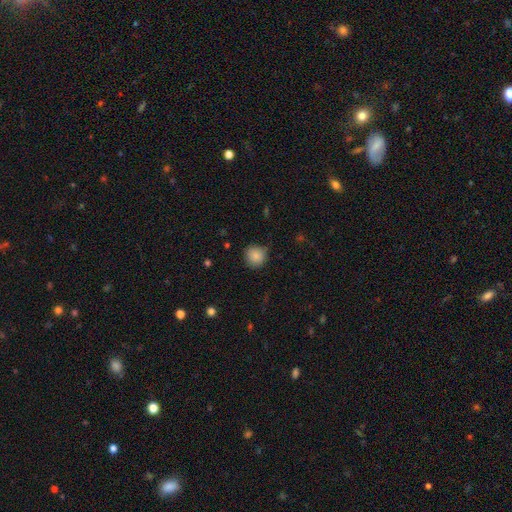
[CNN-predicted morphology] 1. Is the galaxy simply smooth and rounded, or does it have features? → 85% smooth, 9% star or artifact, 5% featured or disk.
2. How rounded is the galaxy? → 93% round, 6% in between, 1% cigar-shaped.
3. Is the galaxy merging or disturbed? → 81% none, 15% minor disturbance, 3% major disturbance, 1% merger.